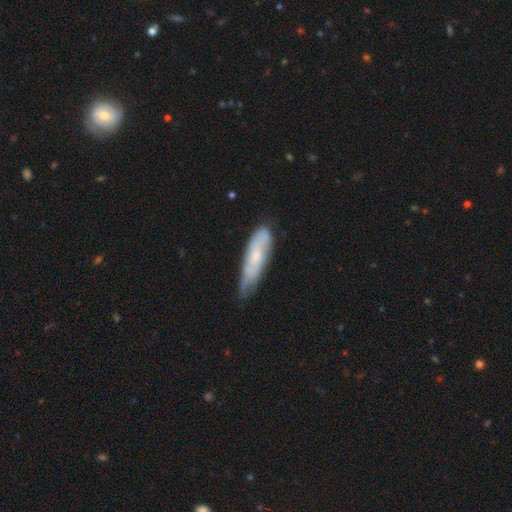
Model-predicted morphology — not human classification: type=smooth (48%); merging=none (58%).